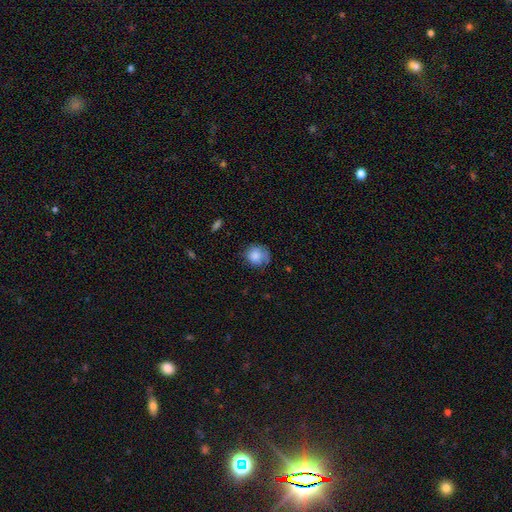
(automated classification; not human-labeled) This appears to be a smooth galaxy with no disk features (77%) that is round (80%). Merging: none (59%).